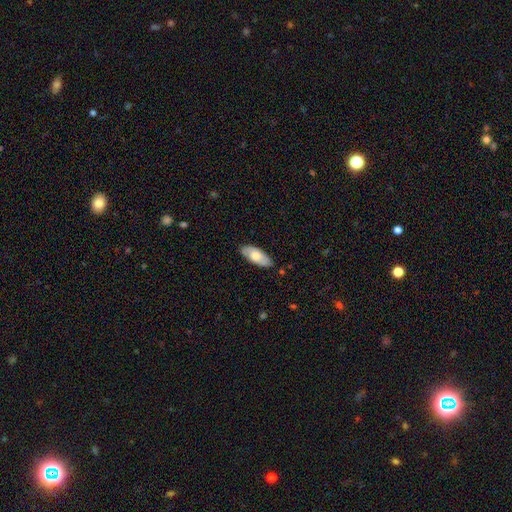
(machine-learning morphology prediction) Smooth or featured? smooth (65%)
How rounded? in between (88%)
Merging? none (84%)